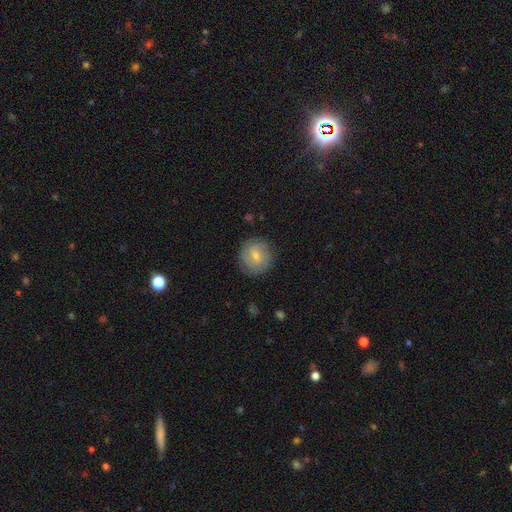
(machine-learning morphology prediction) type=smooth (52%); roundness=round (89%); merging=none (83%).